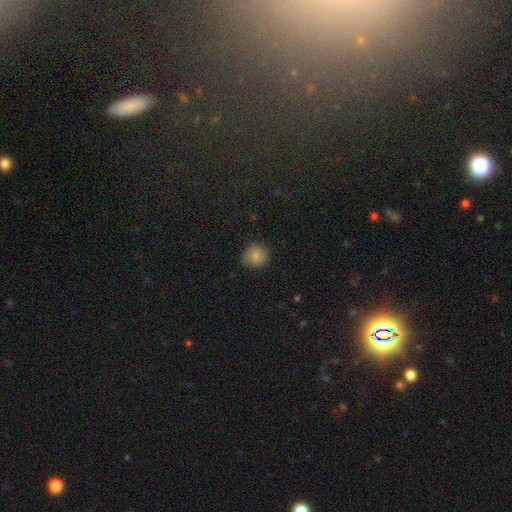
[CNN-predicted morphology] This appears to be a smooth galaxy with no disk features (84%) that is round (90%). Merging: none (87%).